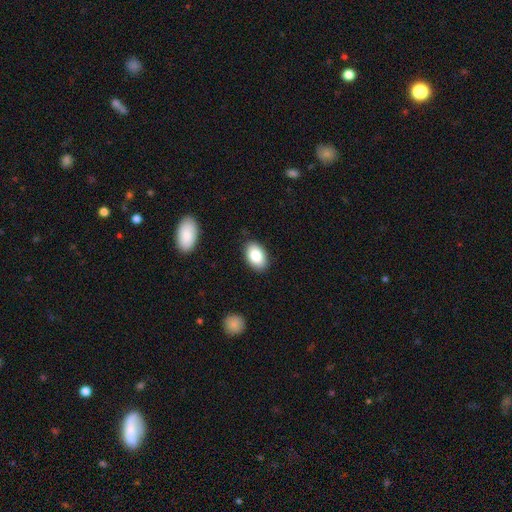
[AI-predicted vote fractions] The model was most divided on "merging": none: 86%, minor disturbance: 10%, major disturbance: 2%, merger: 1%. More confident: how rounded — in between (91%); smooth or featured — smooth (85%).